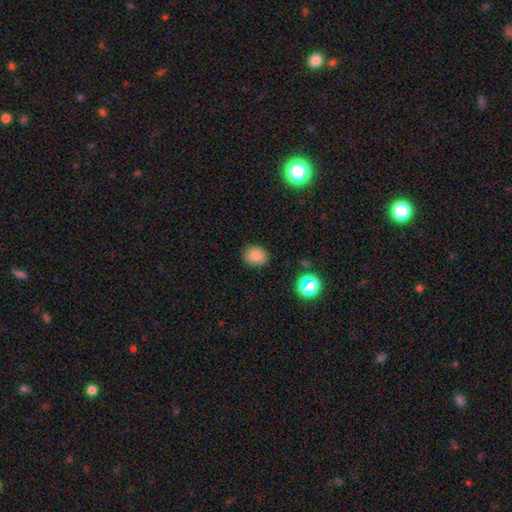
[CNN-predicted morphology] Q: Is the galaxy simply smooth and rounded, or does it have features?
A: smooth — 82%.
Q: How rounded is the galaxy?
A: round — 60%.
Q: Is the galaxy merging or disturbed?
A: none — 86%.